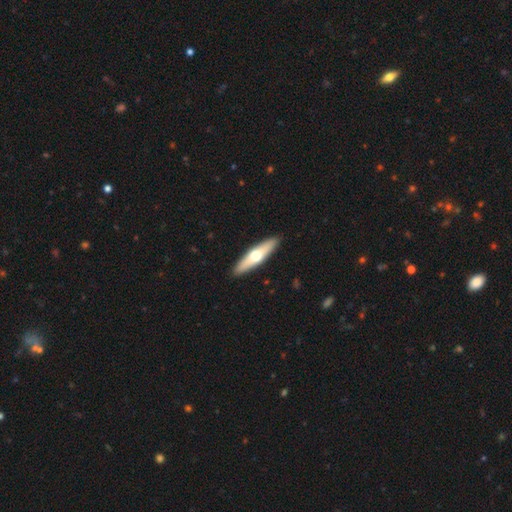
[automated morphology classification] smooth-or-featured: featured or disk: 48% | smooth: 47% | star or artifact: 5%
  merging: none: 91% | minor disturbance: 6% | major disturbance: 1% | merger: 1%